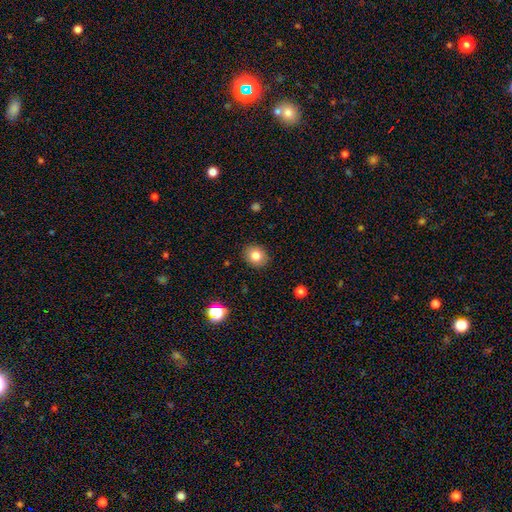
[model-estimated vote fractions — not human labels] smooth_or_featured: smooth (p=0.82) [alt: star or artifact p=0.11]
how_rounded: round (p=0.63) [alt: in between p=0.36]
merging: none (p=0.89) [alt: minor disturbance p=0.07]